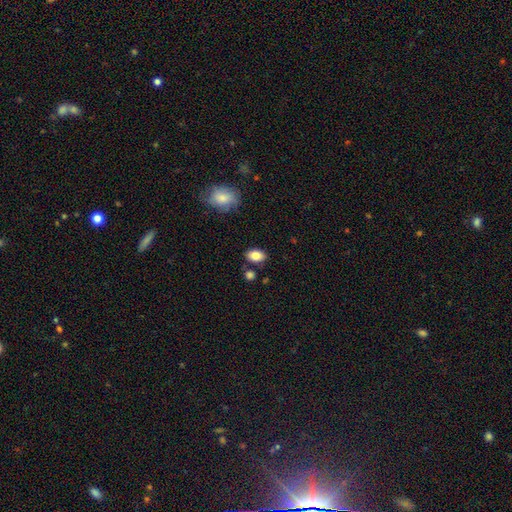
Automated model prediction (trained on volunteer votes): Smooth or featured? Predicted: smooth (p=0.84). How rounded? Predicted: in between (p=0.85). Merging? Predicted: none (p=0.80).